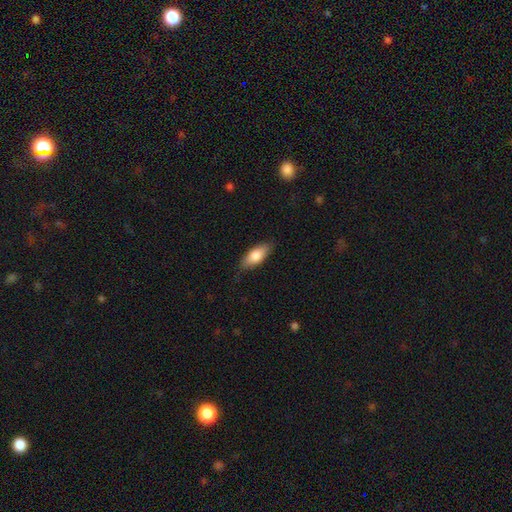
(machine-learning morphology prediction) Q: Smooth or featured?
A: smooth (78%); runner-up: featured or disk (16%)
Q: How rounded?
A: in between (80%); runner-up: cigar-shaped (17%)
Q: Merging?
A: none (82%); runner-up: minor disturbance (14%)